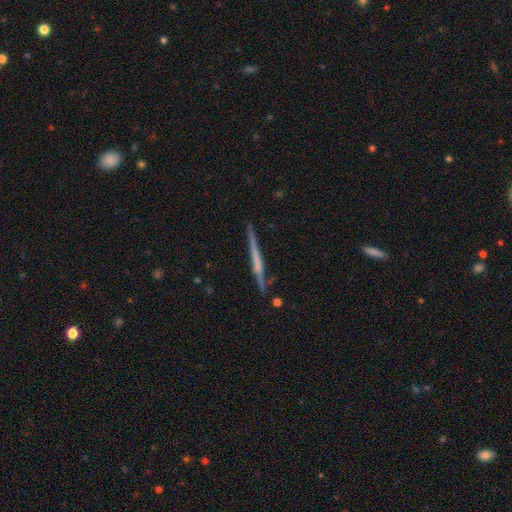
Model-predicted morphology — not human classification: Smooth or featured: featured or disk — 62% (smooth — 27%)
Edge-on disk: yes — 95% (no — 5%)
Edge-on bulge: none — 47% (rounded — 42%)
Merging: none — 85% (minor disturbance — 10%)